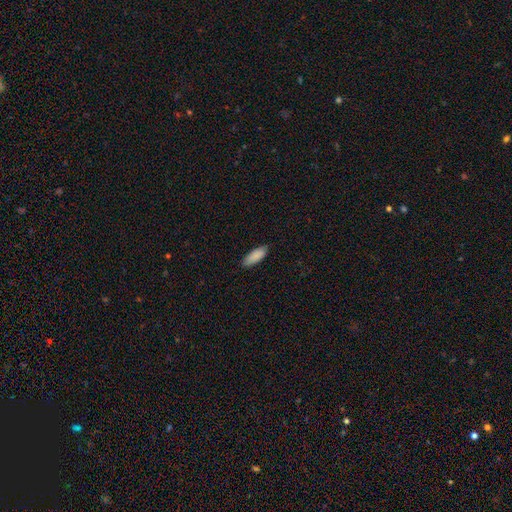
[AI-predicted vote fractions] The model was most divided on "how rounded": in between: 70%, cigar-shaped: 28%, round: 2%. More confident: smooth or featured — smooth (89%); merging — none (85%).